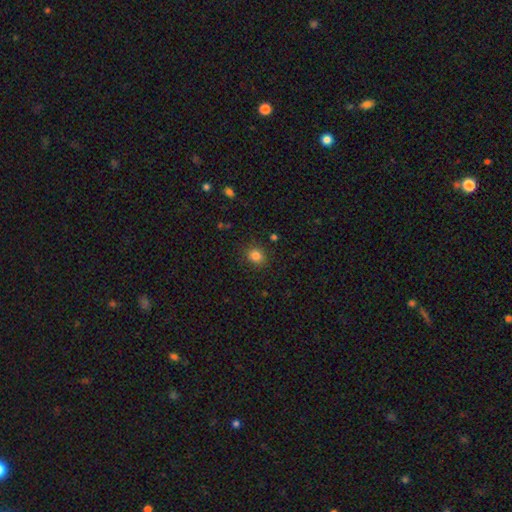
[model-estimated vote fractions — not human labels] smooth 83%, star or artifact 12%, featured or disk 5%. Down the decision tree: how rounded — round (65%); merging — none (86%).